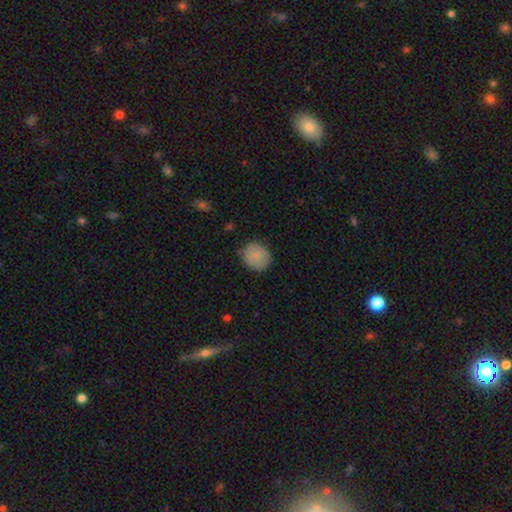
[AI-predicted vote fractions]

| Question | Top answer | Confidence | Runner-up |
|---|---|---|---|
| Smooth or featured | smooth | 83% | featured or disk (9%) |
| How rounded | round | 79% | in between (21%) |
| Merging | none | 80% | minor disturbance (15%) |